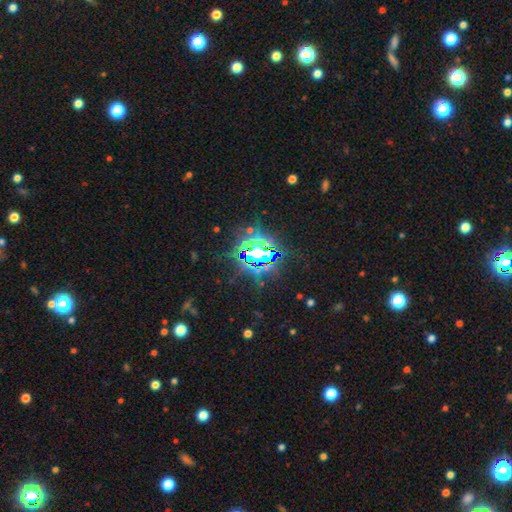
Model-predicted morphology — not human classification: A star or artifact, not a galaxy (78%).

Vote fractions:
- Smooth or featured? star or artifact: 78% / smooth: 12% / featured or disk: 9%